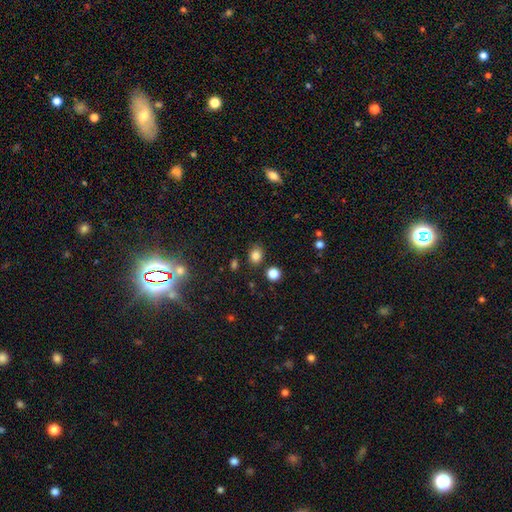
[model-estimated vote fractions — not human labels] smooth 82%, star or artifact 13%, featured or disk 6%. Down the decision tree: how rounded — round (51%); merging — none (82%).